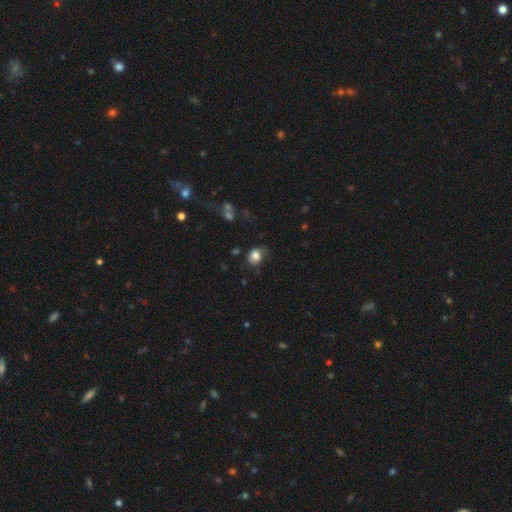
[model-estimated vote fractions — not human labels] A smooth galaxy with no disk features (80%) that is round (58%).

Vote fractions:
- Smooth or featured? smooth: 80% / featured or disk: 11% / star or artifact: 10%
- How rounded? round: 58% / in between: 41% / cigar-shaped: 1%
- Merging? none: 62% / minor disturbance: 27% / major disturbance: 9% / merger: 2%